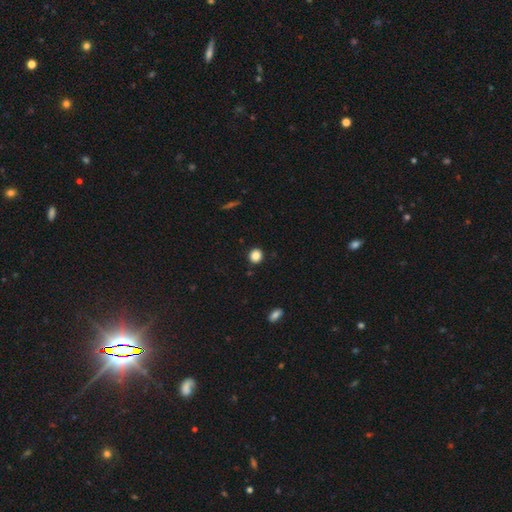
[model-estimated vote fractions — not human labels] Smooth or featured? smooth (86%)
How rounded? round (84%)
Merging? none (91%)